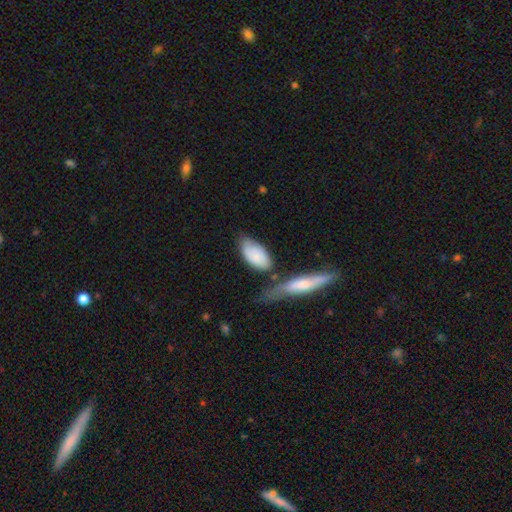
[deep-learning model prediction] smooth_or_featured: smooth (p=0.74) [alt: featured or disk p=0.20]
how_rounded: in between (p=0.91) [alt: cigar-shaped p=0.06]
merging: none (p=0.50) [alt: minor disturbance p=0.25]